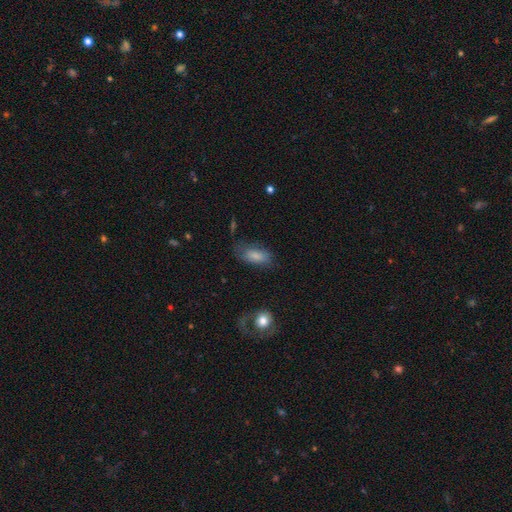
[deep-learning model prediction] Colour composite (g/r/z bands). It shows a smooth galaxy with no disk features (80%) that is in between round and cigar-shaped (87%). Merging: none (61%).